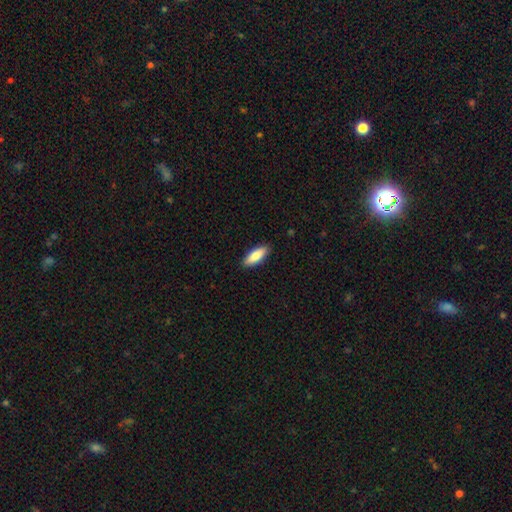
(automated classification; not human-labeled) Morphology: type=smooth (83%); roundness=in between (64%); merging=none (89%).